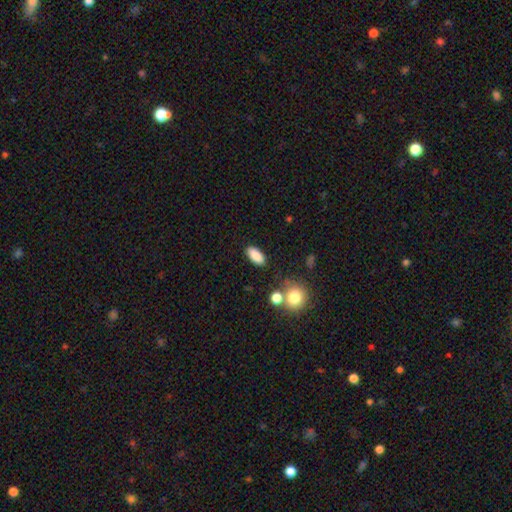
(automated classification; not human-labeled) A smooth galaxy with no disk features (86%) that is in between round and cigar-shaped (86%). Merging: none (84%).